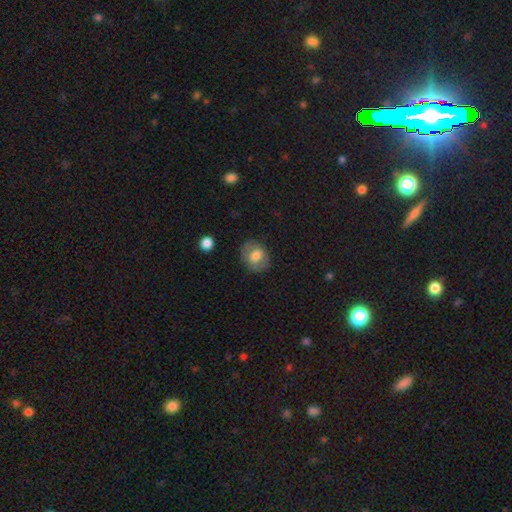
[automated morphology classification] type=smooth (66%); roundness=round (56%); merging=none (76%).